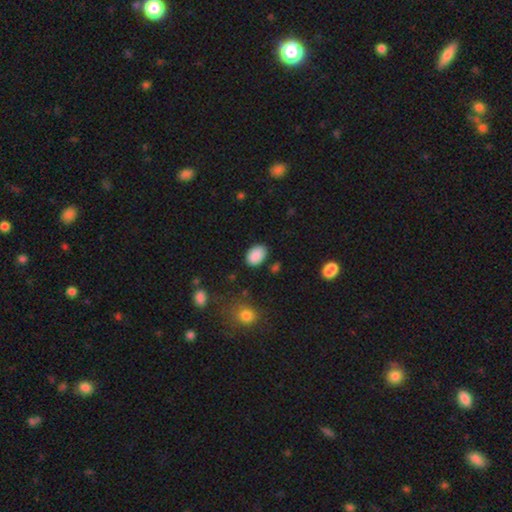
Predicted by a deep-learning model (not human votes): A smooth galaxy with no disk features (89%) that is in between round and cigar-shaped (83%). Merging: none (84%).